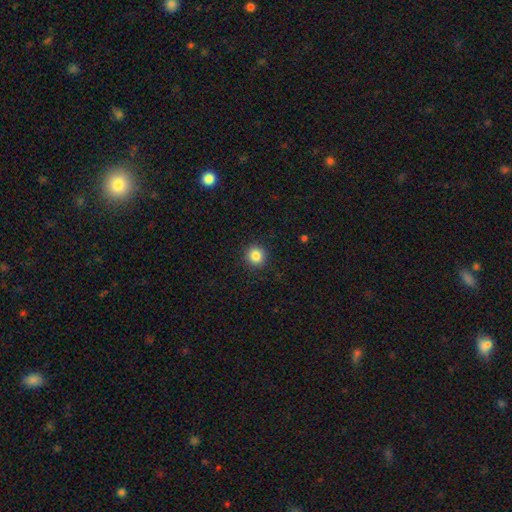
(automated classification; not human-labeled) Q: Smooth or featured?
A: smooth (85%); runner-up: star or artifact (10%)
Q: How rounded?
A: round (93%); runner-up: in between (6%)
Q: Merging?
A: none (92%); runner-up: minor disturbance (5%)